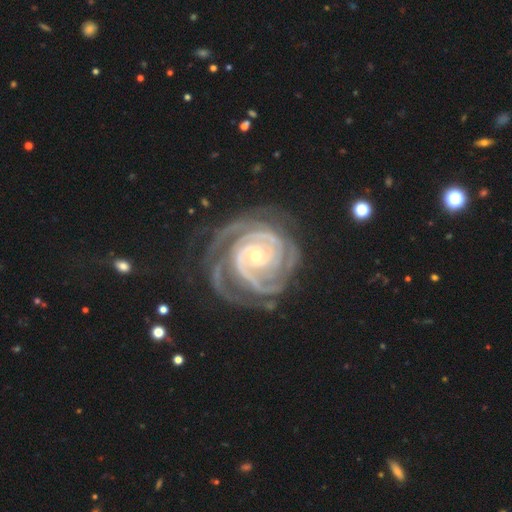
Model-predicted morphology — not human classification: The model was most divided on "spiral arm count": 3: 28%, 2: 21%, 4: 19%, can't tell: 16%, more than 4: 9%, 1: 7%. More confident: spiral arms — yes (98%); edge-on disk — no (98%); smooth or featured — featured or disk (92%); spiral winding — tight (80%); bulge size — small (74%); bar — no (67%); merging — none (64%).